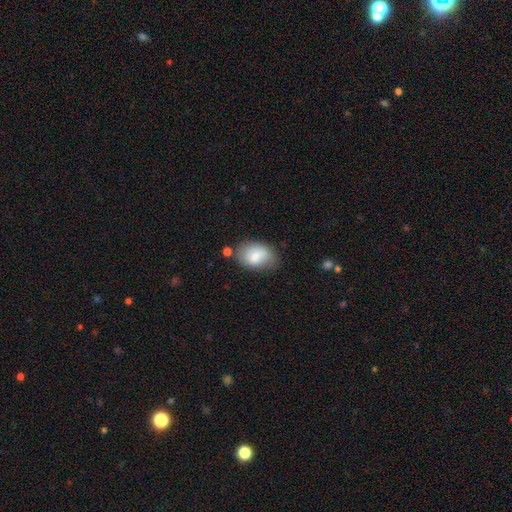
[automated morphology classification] Q: Smooth or featured?
A: smooth (79%); runner-up: featured or disk (15%)
Q: How rounded?
A: in between (86%); runner-up: round (13%)
Q: Merging?
A: none (65%); runner-up: minor disturbance (23%)